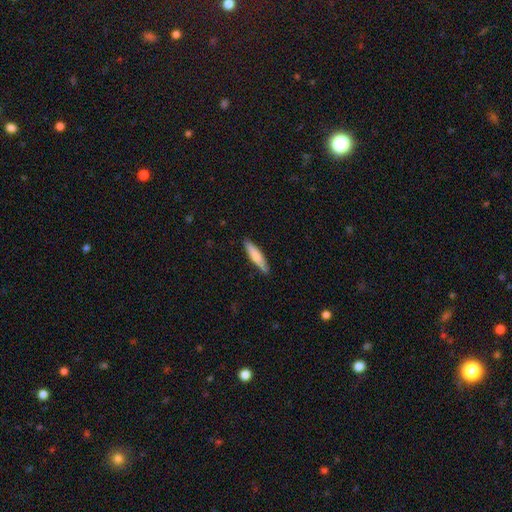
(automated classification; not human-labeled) Overall: smooth (75%). How rounded: cigar-shaped (81%). Merging: none (87%).